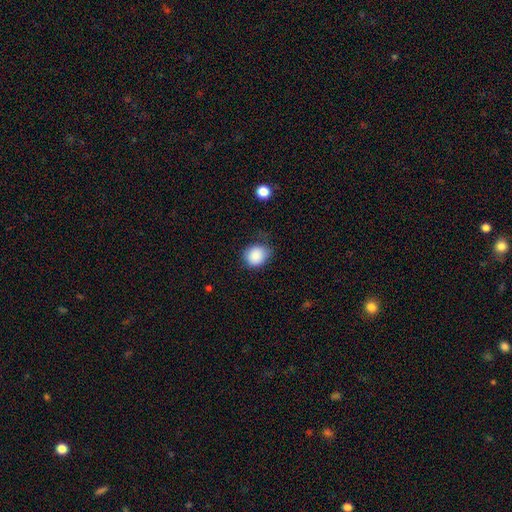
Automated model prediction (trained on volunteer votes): Overall: smooth (86%). How rounded: round (73%). Merging: none (62%; minor disturbance 28%).